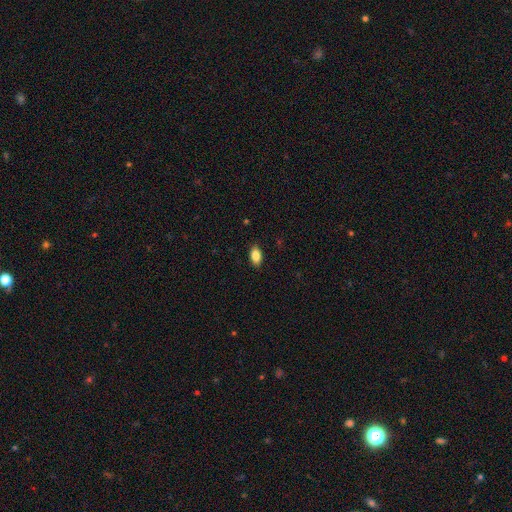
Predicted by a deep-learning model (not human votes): Smooth or featured? smooth (86%)
How rounded? in between (91%)
Merging? none (88%)